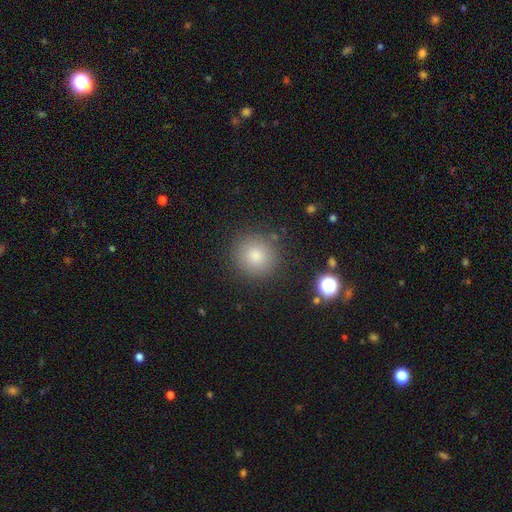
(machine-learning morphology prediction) smooth_or_featured: smooth (p=0.82) [alt: star or artifact p=0.11]
how_rounded: round (p=0.91) [alt: in between p=0.08]
merging: none (p=0.86) [alt: minor disturbance p=0.09]